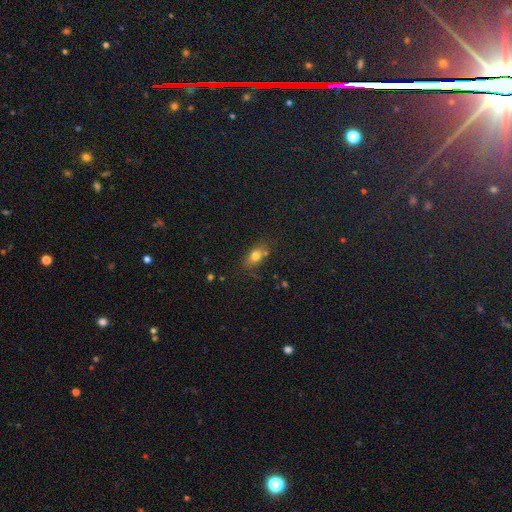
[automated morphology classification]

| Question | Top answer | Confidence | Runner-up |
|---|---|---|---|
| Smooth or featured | smooth | 76% | star or artifact (12%) |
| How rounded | in between | 73% | round (21%) |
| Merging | none | 67% | minor disturbance (19%) |